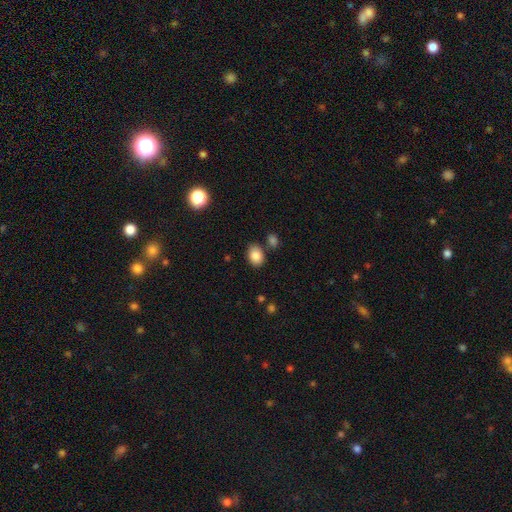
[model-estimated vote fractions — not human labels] A smooth galaxy with no disk features (85%) that is in between round and cigar-shaped (69%). Merging: none (77%).